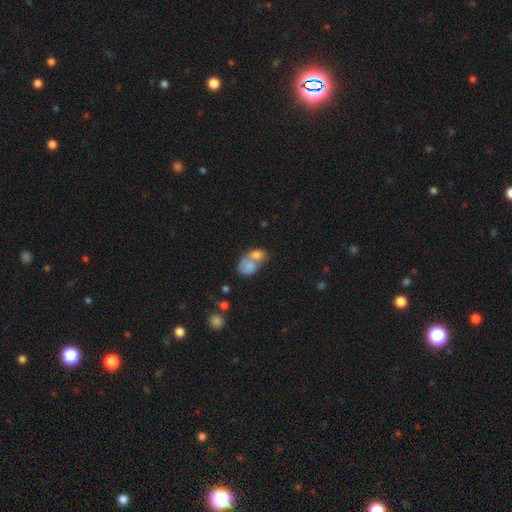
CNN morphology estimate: Q: Smooth or featured?
A: smooth (74%); runner-up: featured or disk (17%)
Q: How rounded?
A: in between (67%); runner-up: round (32%)
Q: Merging?
A: merger (70%); runner-up: none (18%)